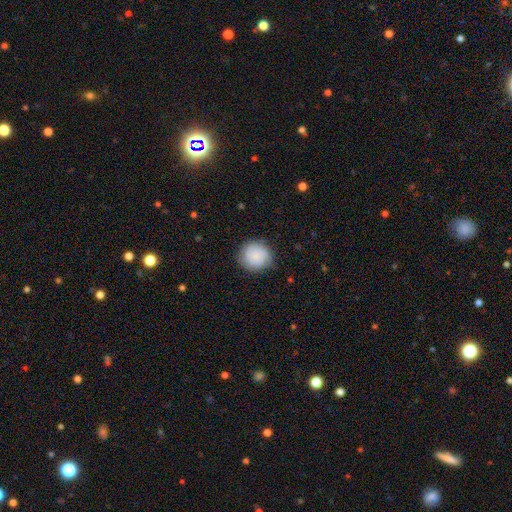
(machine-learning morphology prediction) A smooth galaxy with no disk features (78%) that is round (90%).

Vote fractions:
- Smooth or featured? smooth: 78% / featured or disk: 14% / star or artifact: 7%
- How rounded? round: 90% / in between: 9% / cigar-shaped: 1%
- Merging? none: 81% / minor disturbance: 14% / major disturbance: 4% / merger: 1%